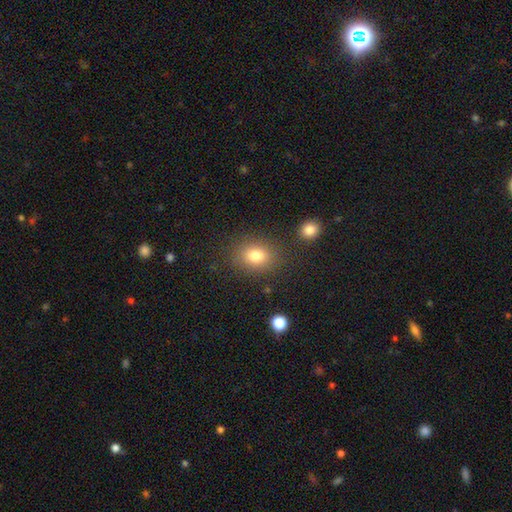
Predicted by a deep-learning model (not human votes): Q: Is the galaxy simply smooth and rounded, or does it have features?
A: smooth — 80%.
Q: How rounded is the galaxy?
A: in between — 50%.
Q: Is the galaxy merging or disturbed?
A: none — 82%.